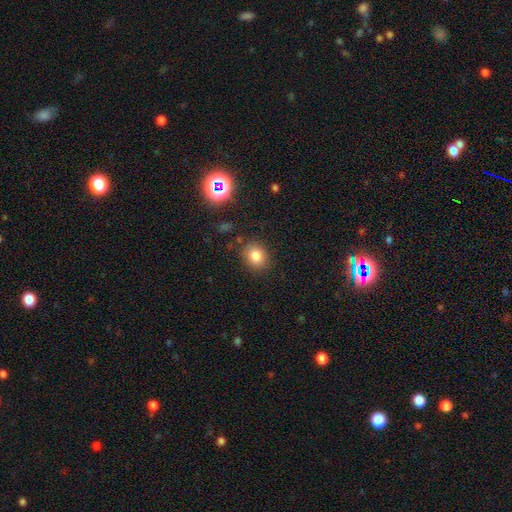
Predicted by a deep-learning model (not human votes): The model was most divided on "how rounded": round: 64%, in between: 35%, cigar-shaped: 1%. More confident: merging — none (84%); smooth or featured — smooth (81%).